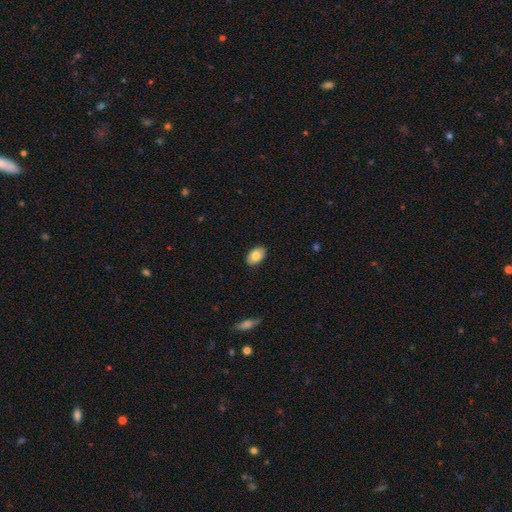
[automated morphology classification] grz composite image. It shows a smooth galaxy with no disk features (82%) that is in between round and cigar-shaped (91%). Merging: none (89%).